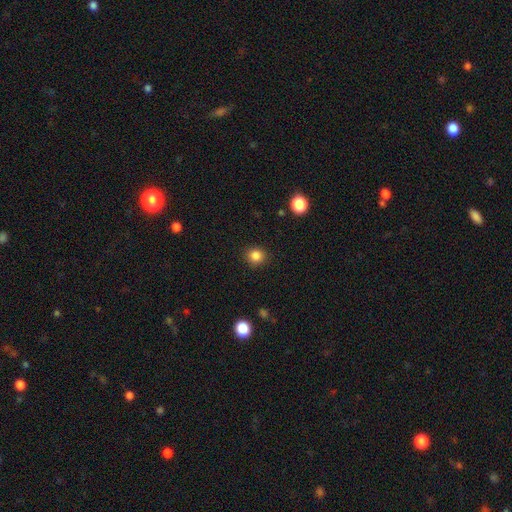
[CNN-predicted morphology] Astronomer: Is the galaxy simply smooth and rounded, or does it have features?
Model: smooth — 85%.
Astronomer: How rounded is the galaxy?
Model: round — 87%.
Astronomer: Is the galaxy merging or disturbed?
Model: none — 90%.